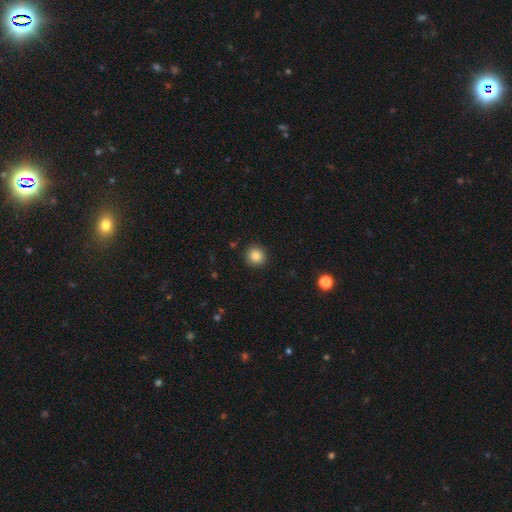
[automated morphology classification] smooth 85%, star or artifact 10%, featured or disk 5%. Down the decision tree: how rounded — round (92%); merging — none (91%).